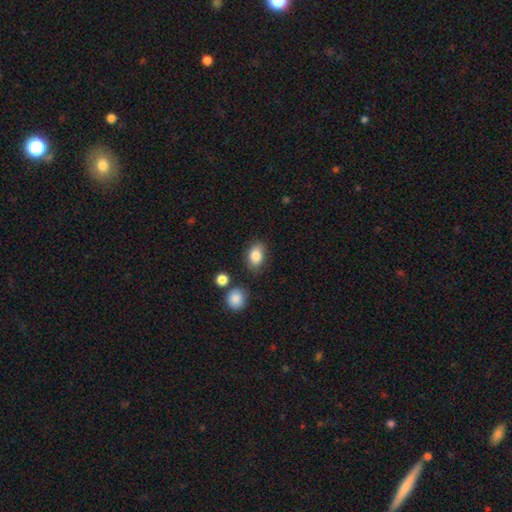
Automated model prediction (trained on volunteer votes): Morphology: type=smooth (85%); roundness=in between (80%); merging=none (76%).